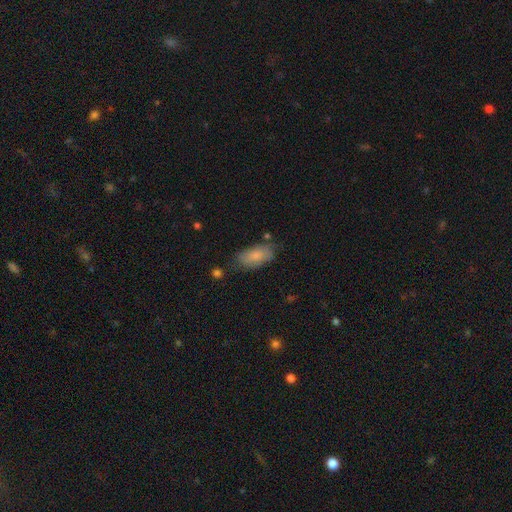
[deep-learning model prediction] Smooth or featured?
  - smooth: 79% *
  - featured or disk: 15%
  - star or artifact: 7%
How rounded?
  - in between: 91% *
  - cigar-shaped: 6%
  - round: 3%
Merging?
  - none: 68% *
  - minor disturbance: 23%
  - major disturbance: 6%
  - merger: 4%